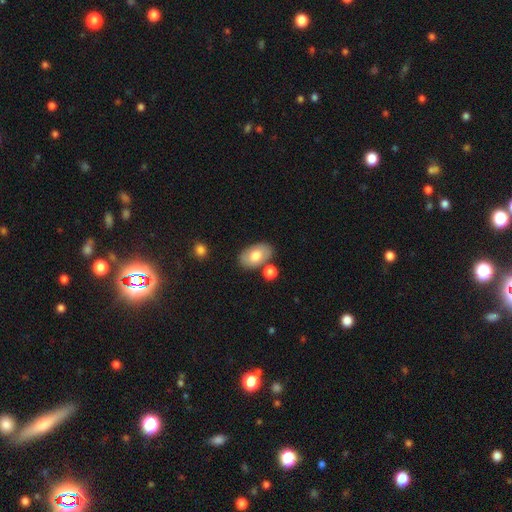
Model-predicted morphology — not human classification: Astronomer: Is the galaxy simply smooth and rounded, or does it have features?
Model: smooth — 73%.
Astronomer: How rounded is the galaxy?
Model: in between — 90%.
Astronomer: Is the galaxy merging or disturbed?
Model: none — 75%.